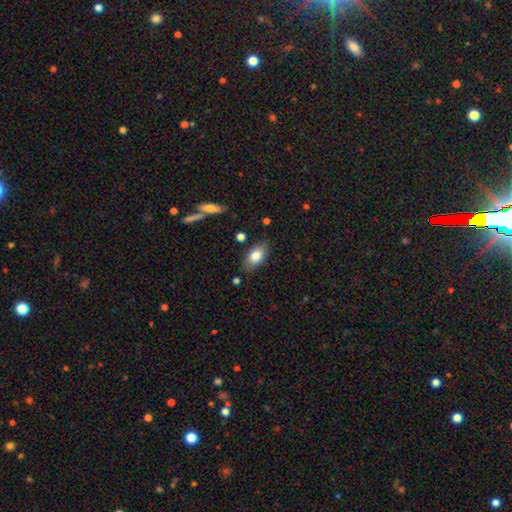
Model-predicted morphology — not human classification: A smooth galaxy with no disk features (82%) that is in between round and cigar-shaped (91%). Merging: none (80%).